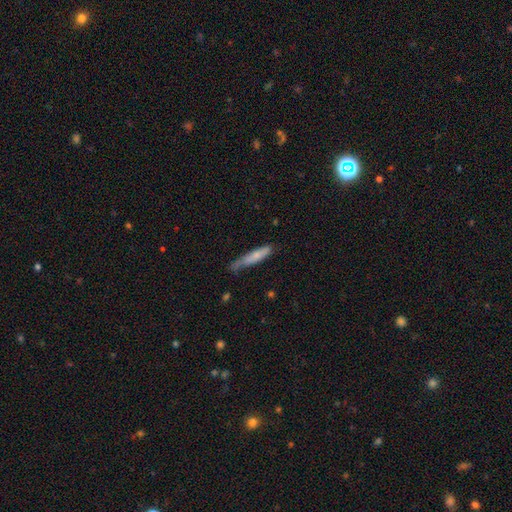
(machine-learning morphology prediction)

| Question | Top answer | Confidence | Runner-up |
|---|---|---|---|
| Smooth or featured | smooth | 66% | featured or disk (28%) |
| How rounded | cigar-shaped | 87% | in between (12%) |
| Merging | none | 54% | minor disturbance (34%) |